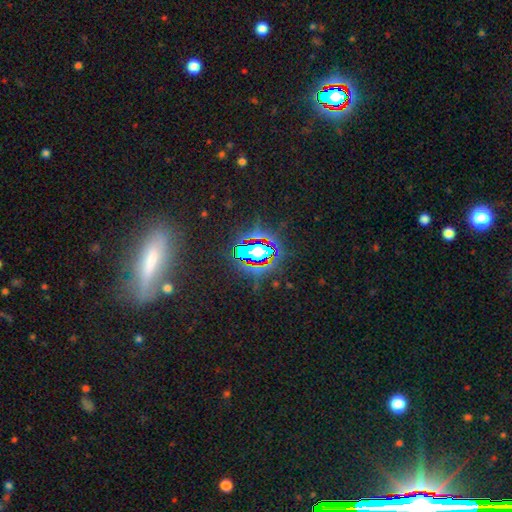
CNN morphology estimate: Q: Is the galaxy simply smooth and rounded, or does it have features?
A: star or artifact — 72%.